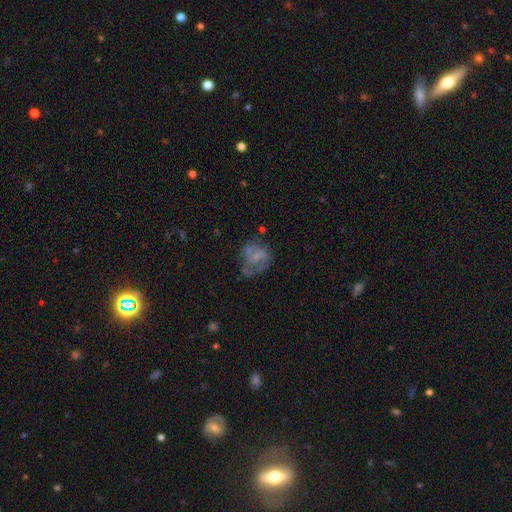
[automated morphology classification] Smooth or featured?
  - featured or disk: 59% *
  - smooth: 31%
  - star or artifact: 10%
Edge-on disk?
  - no: 98% *
  - yes: 2%
Bar?
  - no: 56% *
  - weak: 35%
  - strong: 8%
Spiral arms?
  - yes: 63% *
  - no: 37%
Bulge size?
  - none: 40% *
  - small: 38%
  - moderate: 18%
  - large: 3%
  - dominant: 1%
Merging?
  - none: 44% *
  - major disturbance: 27%
  - minor disturbance: 23%
  - merger: 6%